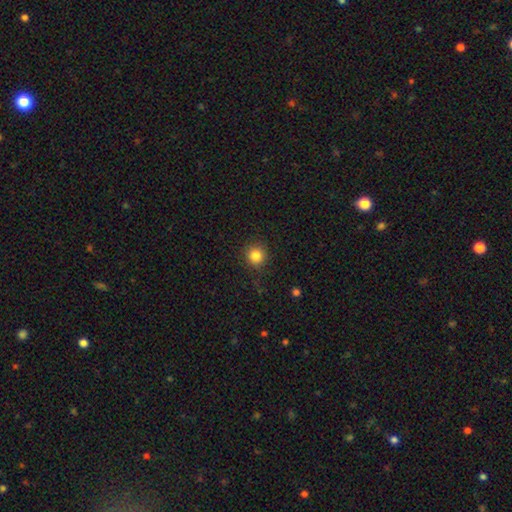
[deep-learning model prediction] Q: Smooth or featured?
A: smooth (84%); runner-up: star or artifact (11%)
Q: How rounded?
A: round (94%); runner-up: in between (6%)
Q: Merging?
A: none (89%); runner-up: minor disturbance (7%)